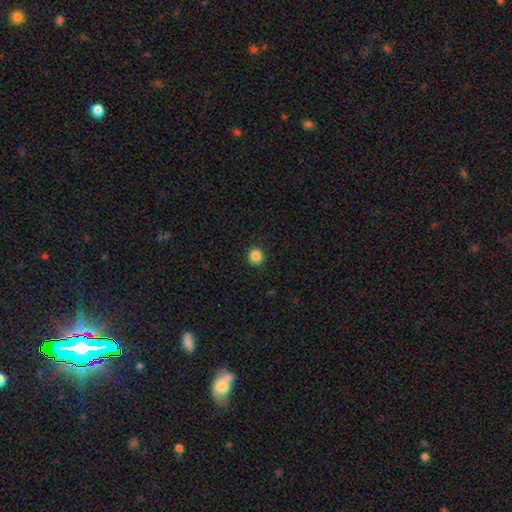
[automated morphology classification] Overall: smooth (85%). How rounded: round (92%). Merging: none (92%).